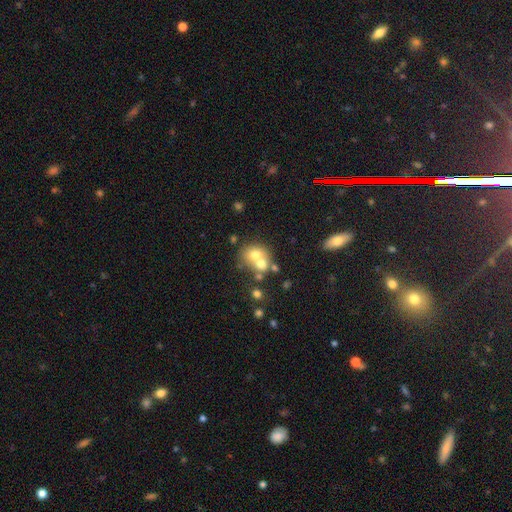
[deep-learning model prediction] The model was most divided on "merging": merger: 58%, none: 30%, minor disturbance: 8%, major disturbance: 4%. More confident: how rounded — round (66%); smooth or featured — smooth (65%).